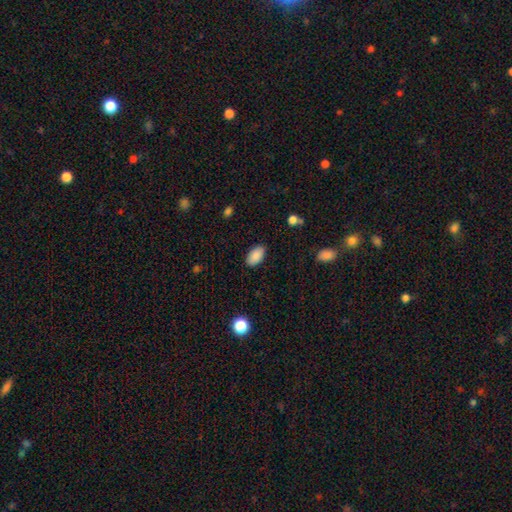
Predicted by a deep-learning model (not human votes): Smooth or featured?
  - smooth: 89% *
  - star or artifact: 7%
  - featured or disk: 4%
How rounded?
  - in between: 94% *
  - round: 4%
  - cigar-shaped: 2%
Merging?
  - none: 87% *
  - minor disturbance: 9%
  - major disturbance: 2%
  - merger: 1%